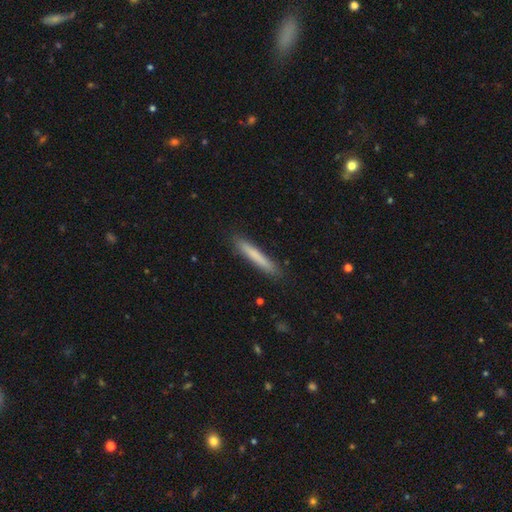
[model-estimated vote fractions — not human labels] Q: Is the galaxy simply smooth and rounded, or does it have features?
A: smooth — 75%.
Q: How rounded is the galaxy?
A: cigar-shaped — 95%.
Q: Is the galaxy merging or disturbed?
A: none — 89%.